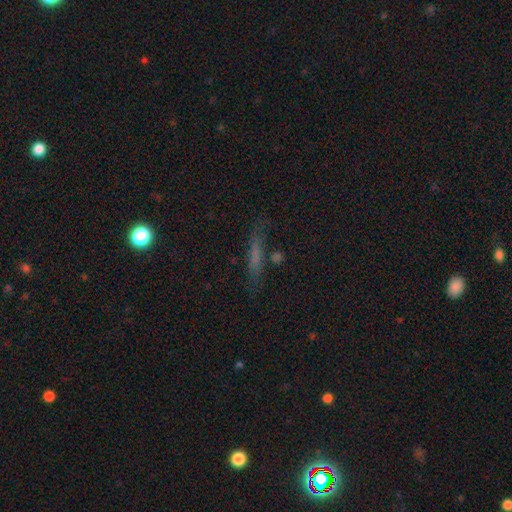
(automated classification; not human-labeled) Overall: smooth (52%; featured or disk 33%). How rounded: cigar-shaped (88%). Merging: none (76%).